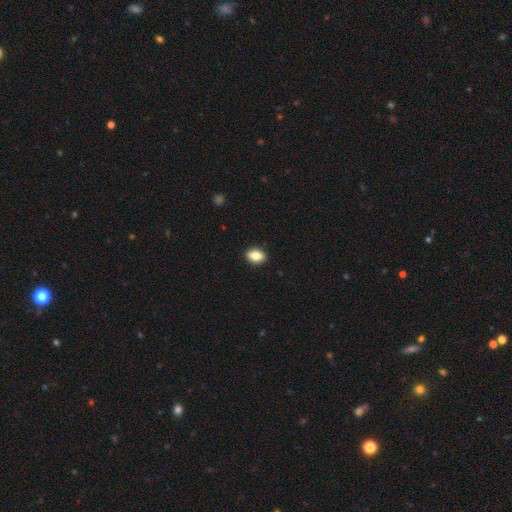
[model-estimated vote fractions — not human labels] Smooth or featured? smooth (83%)
How rounded? in between (82%)
Merging? none (90%)